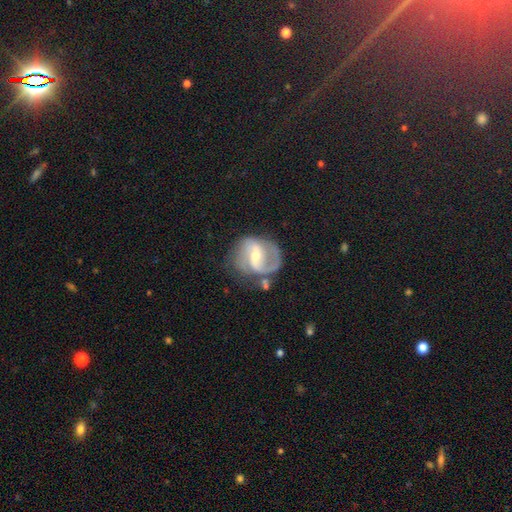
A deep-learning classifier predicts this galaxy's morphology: featured or disk 83%, smooth 11%, star or artifact 6%. Down the decision tree: edge-on disk — no (97%); bar — weak (50%); spiral arms — yes (93%); spiral arm count — 2 (75%); spiral winding — medium (49%); bulge size — moderate (54%); merging — none (57%).